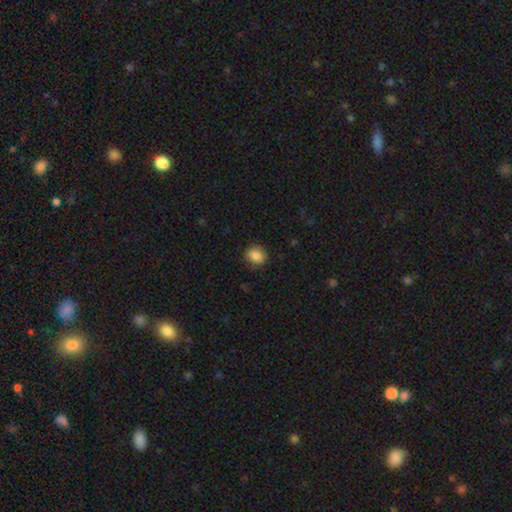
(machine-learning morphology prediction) A smooth galaxy with no disk features (86%) that is round (62%).

Vote fractions:
- Smooth or featured? smooth: 86% / star or artifact: 9% / featured or disk: 5%
- How rounded? round: 62% / in between: 37% / cigar-shaped: 1%
- Merging? none: 85% / minor disturbance: 11% / major disturbance: 3% / merger: 1%